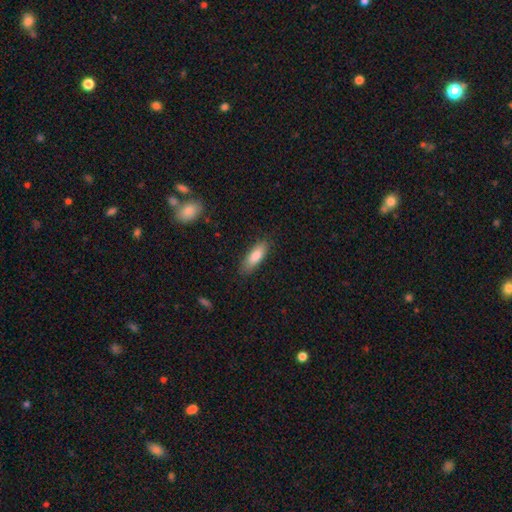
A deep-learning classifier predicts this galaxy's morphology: smooth-or-featured: smooth: 82% | featured or disk: 12% | star or artifact: 6%
  how-rounded: in between: 60% | cigar-shaped: 39% | round: 2%
  merging: none: 82% | minor disturbance: 14% | major disturbance: 3% | merger: 1%